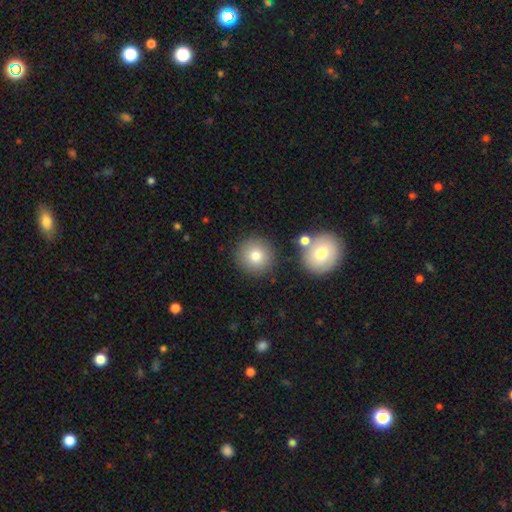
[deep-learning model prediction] Morphology: type=smooth (80%); roundness=round (94%); merging=none (83%).